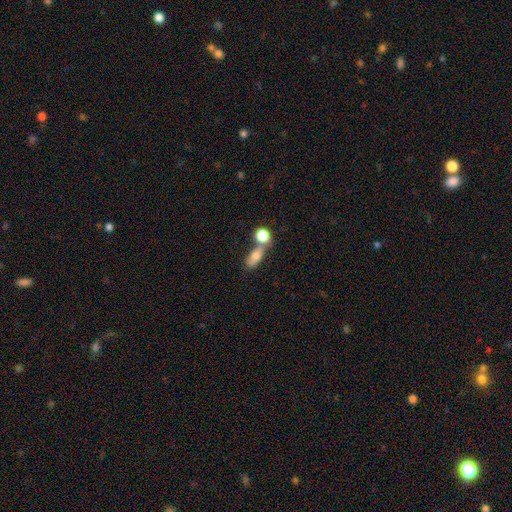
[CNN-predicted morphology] This appears to be a smooth galaxy with no disk features (73%) that is in between round and cigar-shaped (70%). Merging: merger (40%, tied with none).